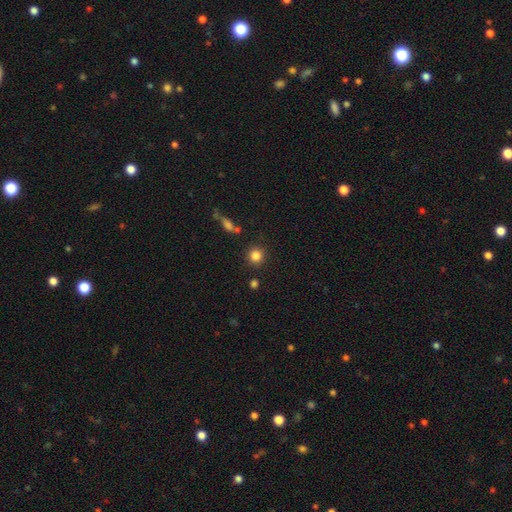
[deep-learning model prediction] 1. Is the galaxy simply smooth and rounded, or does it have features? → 83% smooth, 12% star or artifact, 5% featured or disk.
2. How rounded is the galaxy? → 92% round, 7% in between, 1% cigar-shaped.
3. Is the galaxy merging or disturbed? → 86% none, 7% minor disturbance, 4% merger, 3% major disturbance.